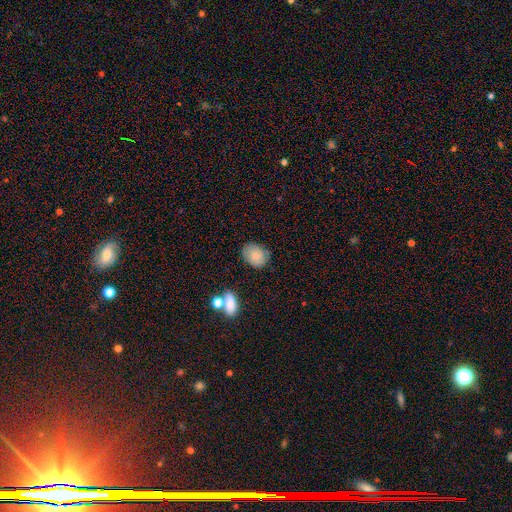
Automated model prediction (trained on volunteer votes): smooth_or_featured: smooth (p=0.74) [alt: featured or disk p=0.18]
how_rounded: in between (p=0.60) [alt: round p=0.39]
merging: none (p=0.75) [alt: minor disturbance p=0.18]